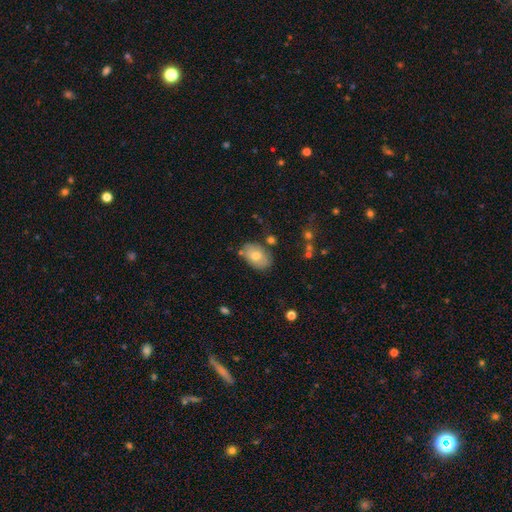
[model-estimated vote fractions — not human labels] smooth-or-featured: smooth: 72% | featured or disk: 21% | star or artifact: 7%
  how-rounded: in between: 87% | round: 11% | cigar-shaped: 1%
  merging: none: 73% | minor disturbance: 18% | merger: 6% | major disturbance: 4%